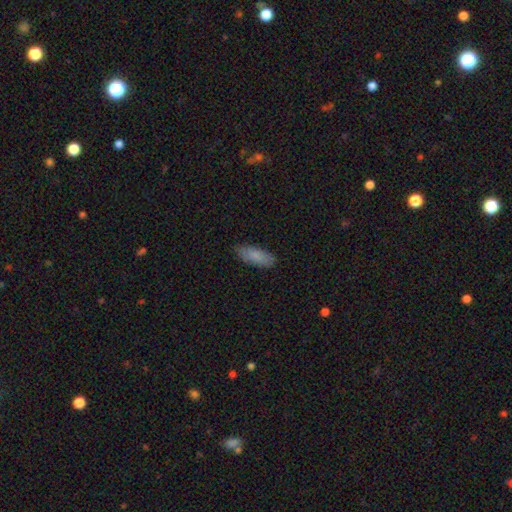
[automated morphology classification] This is clearly a smooth galaxy (85%). How rounded: likely in between (70%). Merging: clearly none (83%).